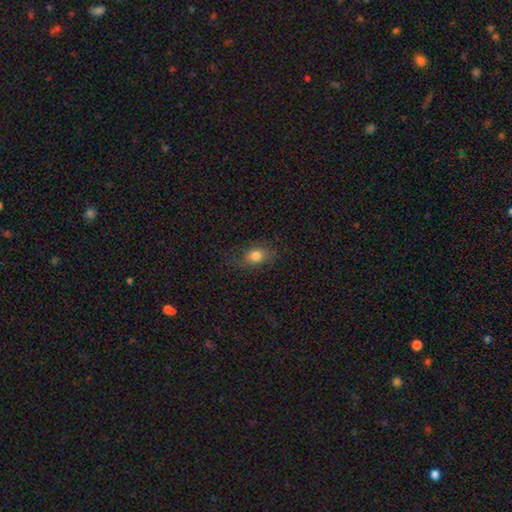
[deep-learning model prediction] A smooth galaxy with no disk features (80%) that is in between round and cigar-shaped (71%).

Vote fractions:
- Smooth or featured? smooth: 80% / star or artifact: 10% / featured or disk: 10%
- How rounded? in between: 71% / round: 27% / cigar-shaped: 2%
- Merging? none: 73% / minor disturbance: 18% / major disturbance: 8% / merger: 1%